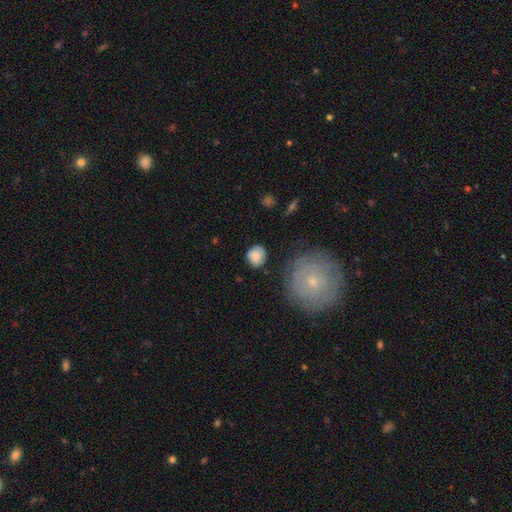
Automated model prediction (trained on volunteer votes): smooth 81%, featured or disk 11%, star or artifact 8%. Down the decision tree: how rounded — round (83%); merging — none (78%).